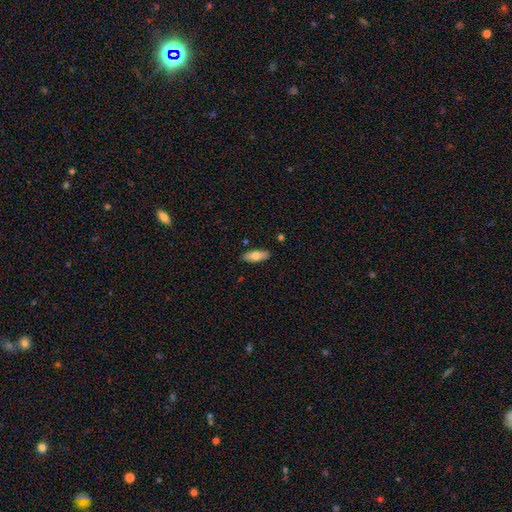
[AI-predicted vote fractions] This appears to be a smooth galaxy with no disk features (73%) that is in between round and cigar-shaped (74%). Merging: none (88%).